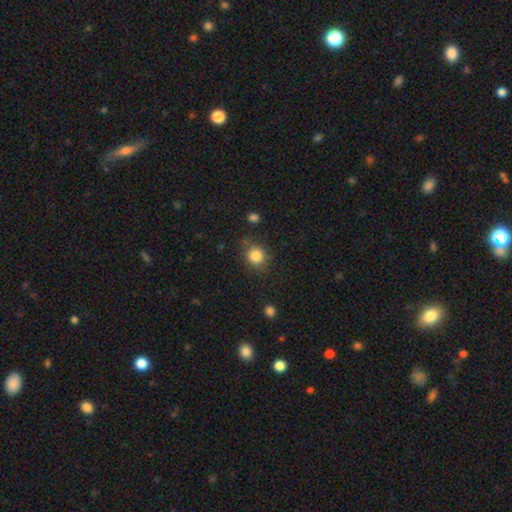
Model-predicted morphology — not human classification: Smooth or featured?
  - smooth: 84% *
  - star or artifact: 11%
  - featured or disk: 5%
How rounded?
  - round: 87% *
  - in between: 13%
  - cigar-shaped: 1%
Merging?
  - none: 80% *
  - minor disturbance: 13%
  - major disturbance: 4%
  - merger: 3%